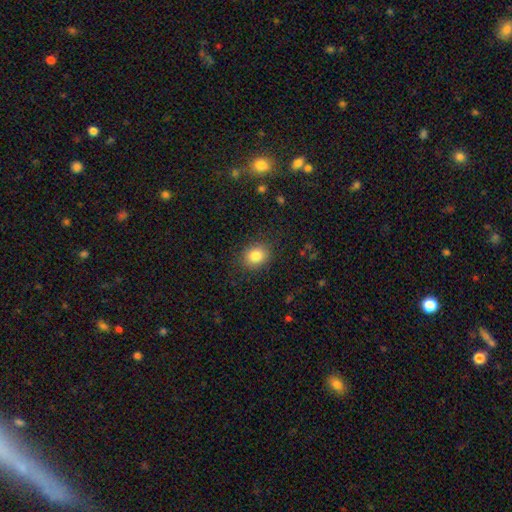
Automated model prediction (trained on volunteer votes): Smooth or featured?
  - smooth: 83% *
  - star or artifact: 10%
  - featured or disk: 7%
How rounded?
  - round: 60% *
  - in between: 39%
  - cigar-shaped: 1%
Merging?
  - none: 86% *
  - minor disturbance: 10%
  - major disturbance: 3%
  - merger: 1%